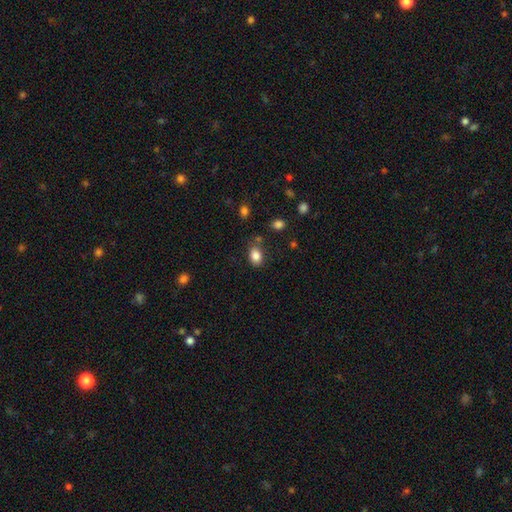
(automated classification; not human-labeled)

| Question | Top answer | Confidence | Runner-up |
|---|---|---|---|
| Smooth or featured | smooth | 85% | star or artifact (10%) |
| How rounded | in between | 77% | round (22%) |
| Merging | none | 73% | minor disturbance (16%) |